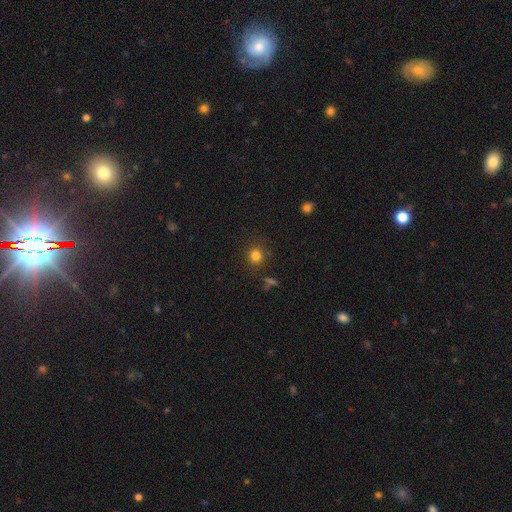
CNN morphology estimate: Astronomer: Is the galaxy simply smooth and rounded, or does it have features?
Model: smooth — 81%.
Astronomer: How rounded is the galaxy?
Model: round — 86%.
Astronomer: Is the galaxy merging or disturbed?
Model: none — 85%.